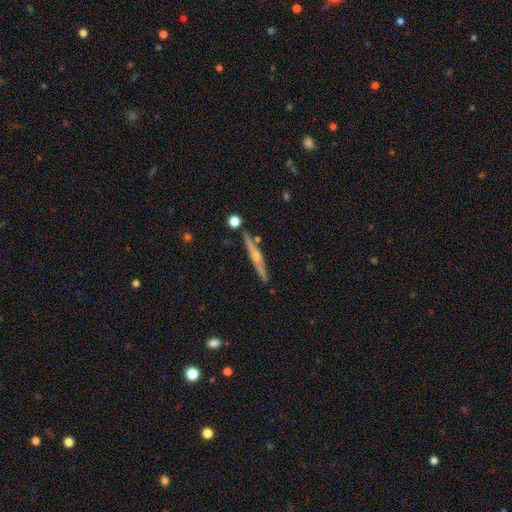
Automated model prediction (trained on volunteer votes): A featured or disk galaxy (70%) viewed edge-on (94%) with a rounded central bulge (82%).

Vote fractions:
- Smooth or featured? featured or disk: 70% / smooth: 20% / star or artifact: 10%
- Edge-on disk? yes: 94% / no: 6%
- Edge-on bulge? rounded: 82% / none: 12% / boxy: 6%
- Merging? none: 80% / minor disturbance: 11% / merger: 5% / major disturbance: 4%